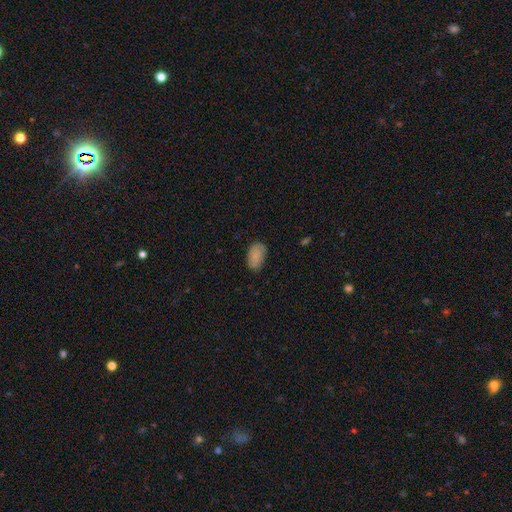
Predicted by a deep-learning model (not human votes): Overall: smooth (77%). How rounded: in between (91%). Merging: none (72%).